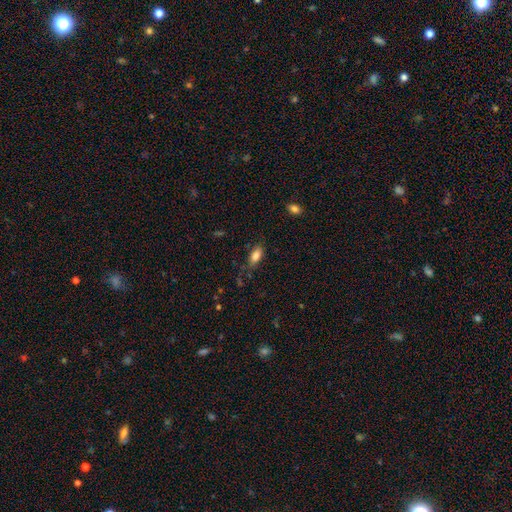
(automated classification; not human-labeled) smooth_or_featured: smooth (p=0.84) [alt: star or artifact p=0.09]
how_rounded: in between (p=0.85) [alt: cigar-shaped p=0.11]
merging: none (p=0.74) [alt: minor disturbance p=0.19]